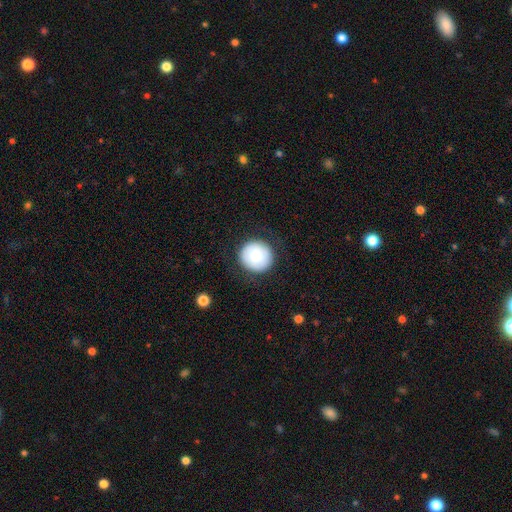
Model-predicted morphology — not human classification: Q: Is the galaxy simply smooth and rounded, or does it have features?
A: smooth — 82%.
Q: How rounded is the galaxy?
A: round — 92%.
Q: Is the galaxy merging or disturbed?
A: none — 83%.